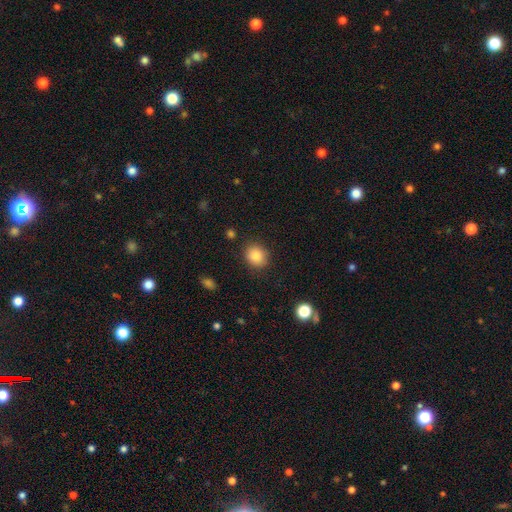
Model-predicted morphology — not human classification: This is clearly a smooth galaxy (87%). How rounded: likely round (73%). Merging: clearly none (86%).